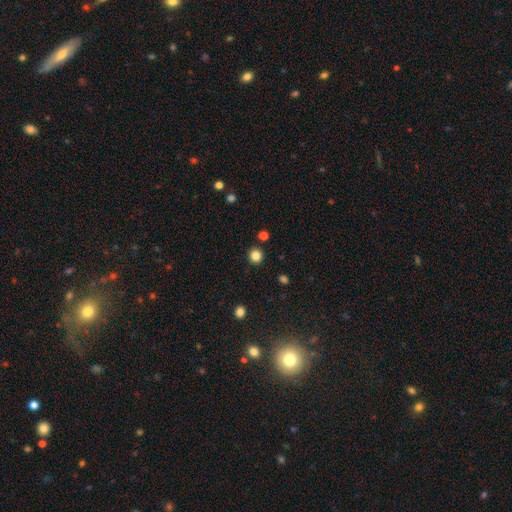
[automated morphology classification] Smooth or featured? smooth (84%)
How rounded? round (93%)
Merging? none (91%)